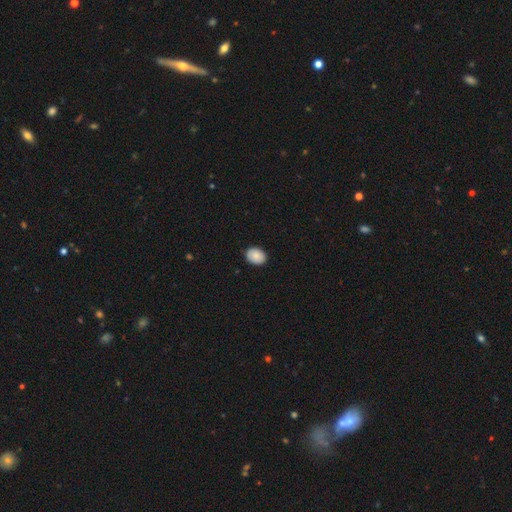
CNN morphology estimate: A smooth galaxy with no disk features (87%) that is in between round and cigar-shaped (66%).

Vote fractions:
- Smooth or featured? smooth: 87% / star or artifact: 7% / featured or disk: 6%
- How rounded? in between: 66% / round: 33% / cigar-shaped: 1%
- Merging? none: 89% / minor disturbance: 8% / major disturbance: 2% / merger: 1%